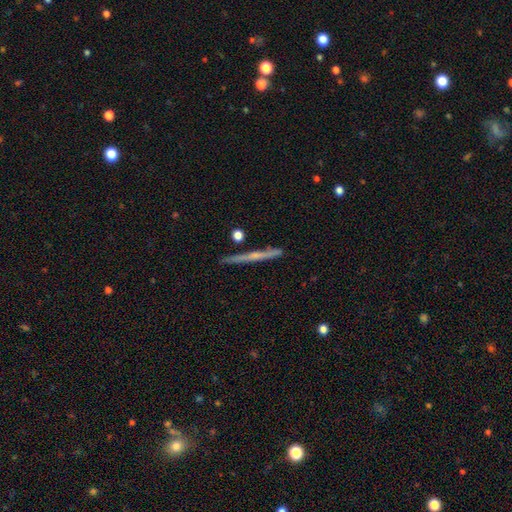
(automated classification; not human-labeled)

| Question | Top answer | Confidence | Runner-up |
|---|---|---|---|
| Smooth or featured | featured or disk | 58% | smooth (35%) |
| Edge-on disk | yes | 97% | no (3%) |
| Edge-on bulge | none | 64% | rounded (30%) |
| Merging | none | 87% | minor disturbance (9%) |